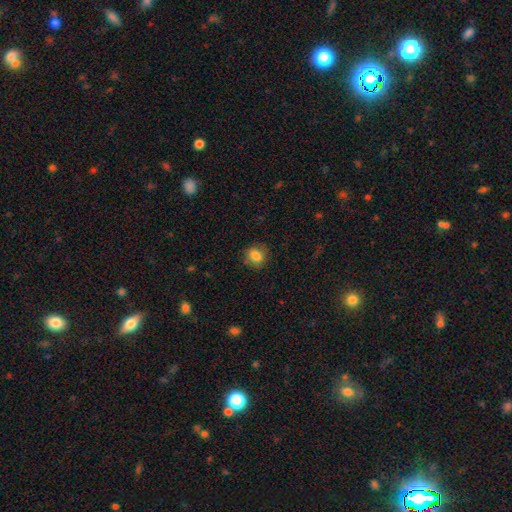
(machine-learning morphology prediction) Smooth or featured?
  - smooth: 83% *
  - star or artifact: 10%
  - featured or disk: 7%
How rounded?
  - round: 70% *
  - in between: 29%
  - cigar-shaped: 1%
Merging?
  - none: 83% *
  - minor disturbance: 12%
  - major disturbance: 4%
  - merger: 1%